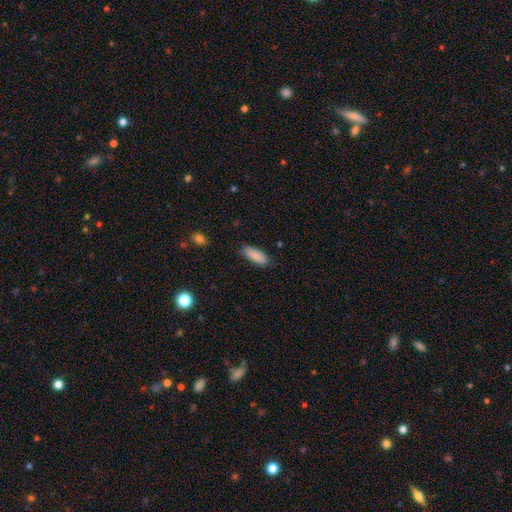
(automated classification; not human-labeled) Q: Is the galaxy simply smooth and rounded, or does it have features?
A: smooth — 89%.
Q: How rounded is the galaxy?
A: in between — 71%.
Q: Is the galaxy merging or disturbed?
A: none — 84%.